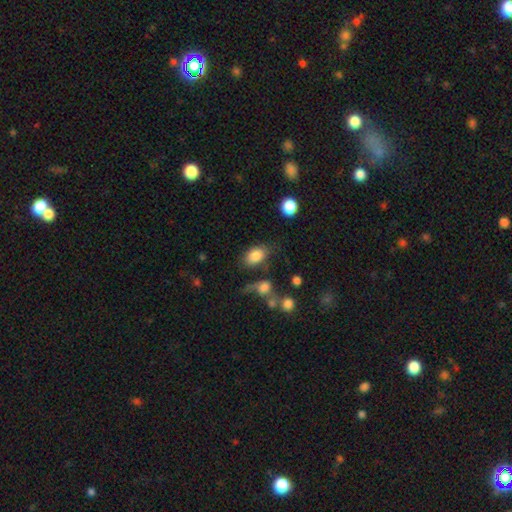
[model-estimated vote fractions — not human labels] smooth 84%, featured or disk 8%, star or artifact 8%. Down the decision tree: how rounded — in between (87%); merging — none (65%).